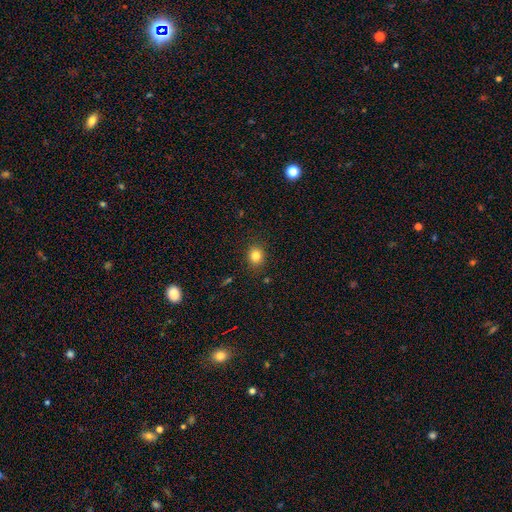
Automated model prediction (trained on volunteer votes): The model was most divided on "how rounded": round: 71%, in between: 28%, cigar-shaped: 1%. More confident: merging — none (87%); smooth or featured — smooth (82%).